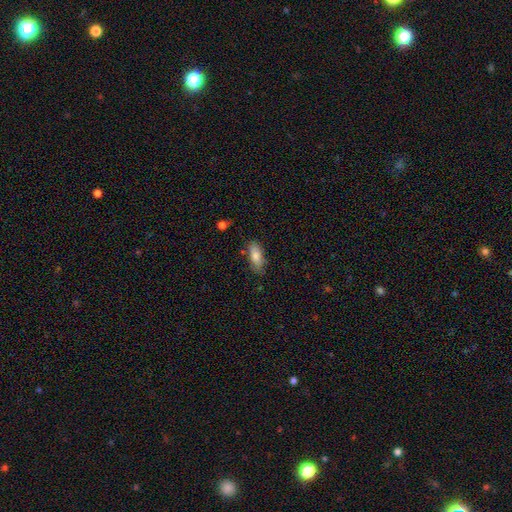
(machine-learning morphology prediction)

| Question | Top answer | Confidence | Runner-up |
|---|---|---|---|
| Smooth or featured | smooth | 79% | featured or disk (14%) |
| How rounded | in between | 80% | cigar-shaped (18%) |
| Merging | none | 73% | minor disturbance (20%) |